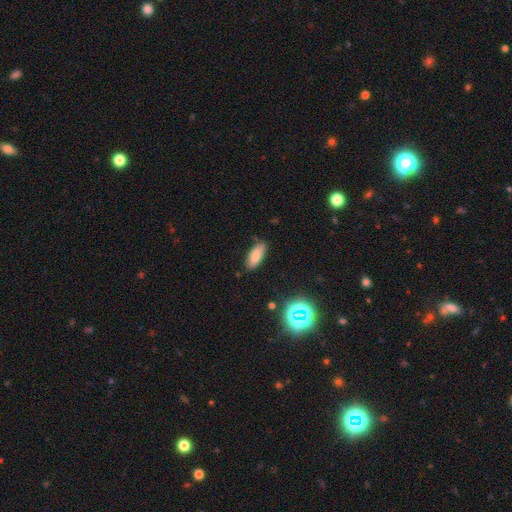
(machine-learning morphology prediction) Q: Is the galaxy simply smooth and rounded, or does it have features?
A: smooth — 78%.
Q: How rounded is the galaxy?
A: in between — 82%.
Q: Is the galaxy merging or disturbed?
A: none — 82%.